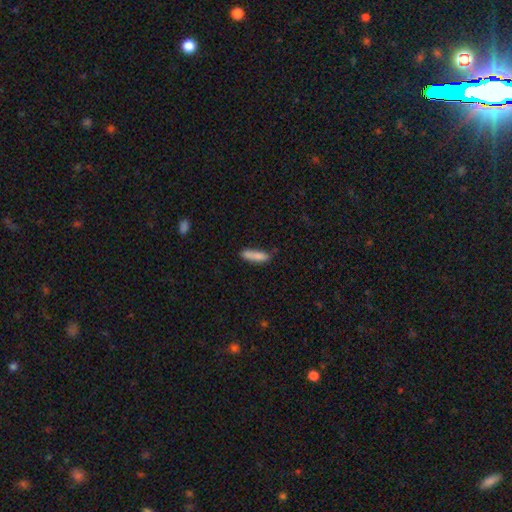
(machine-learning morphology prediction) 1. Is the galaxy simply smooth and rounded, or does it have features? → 84% smooth, 9% featured or disk, 7% star or artifact.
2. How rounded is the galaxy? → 67% cigar-shaped, 31% in between, 2% round.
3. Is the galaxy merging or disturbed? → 66% none, 24% minor disturbance, 5% major disturbance, 5% merger.